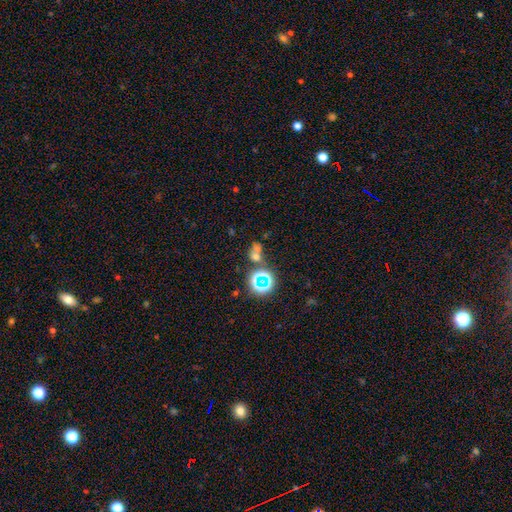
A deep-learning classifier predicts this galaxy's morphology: Smooth or featured? smooth (49%)
Merging? merger (43%)